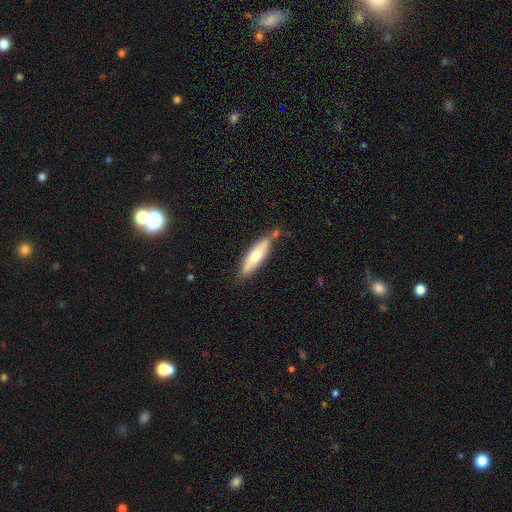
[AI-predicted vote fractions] This appears to be a smooth galaxy with no disk features (60%) that is cigar-shaped (60%). Merging: none (65%).